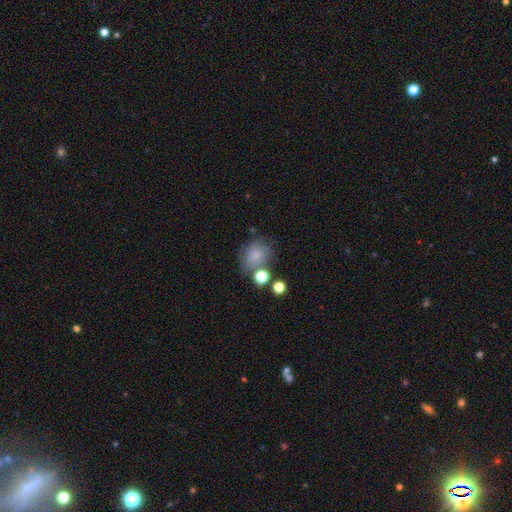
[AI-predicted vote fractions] smooth_or_featured: smooth (p=0.71) [alt: featured or disk p=0.18]
how_rounded: round (p=0.55) [alt: in between p=0.44]
merging: none (p=0.54) [alt: minor disturbance p=0.21]